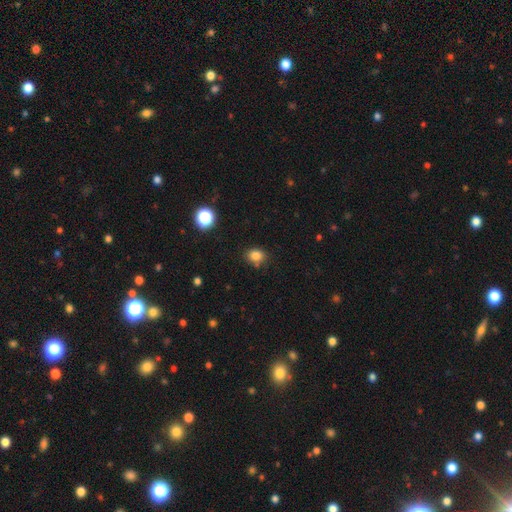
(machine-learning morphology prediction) Smooth or featured? Predicted: smooth (p=0.81). How rounded? Predicted: round (p=0.54). Merging? Predicted: none (p=0.78).